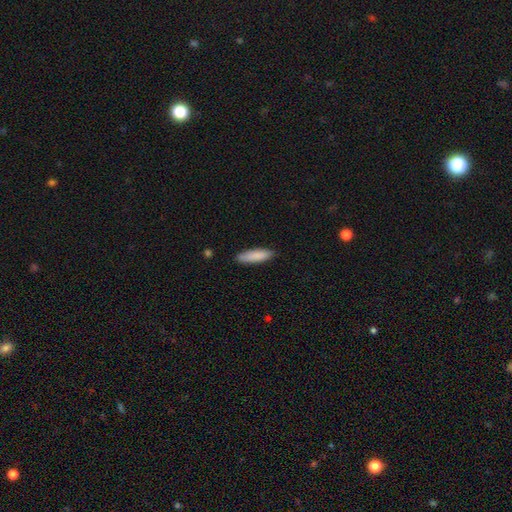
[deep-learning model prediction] A smooth galaxy with no disk features (87%) that is cigar-shaped (65%).

Vote fractions:
- Smooth or featured? smooth: 87% / featured or disk: 7% / star or artifact: 6%
- How rounded? cigar-shaped: 65% / in between: 34% / round: 1%
- Merging? none: 87% / minor disturbance: 10% / major disturbance: 2% / merger: 1%